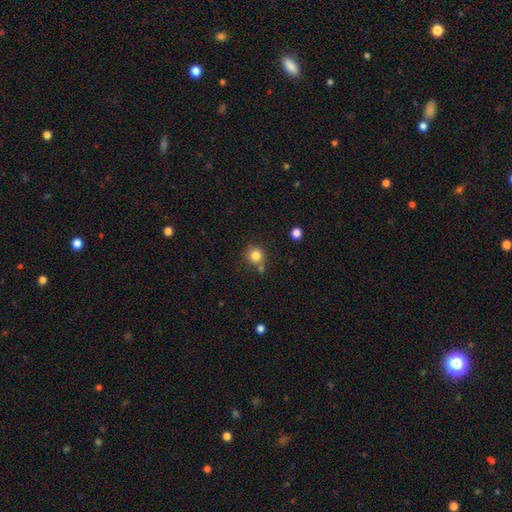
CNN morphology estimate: smooth_or_featured: smooth (p=0.82) [alt: star or artifact p=0.12]
how_rounded: round (p=0.91) [alt: in between p=0.08]
merging: none (p=0.70) [alt: merger p=0.14]